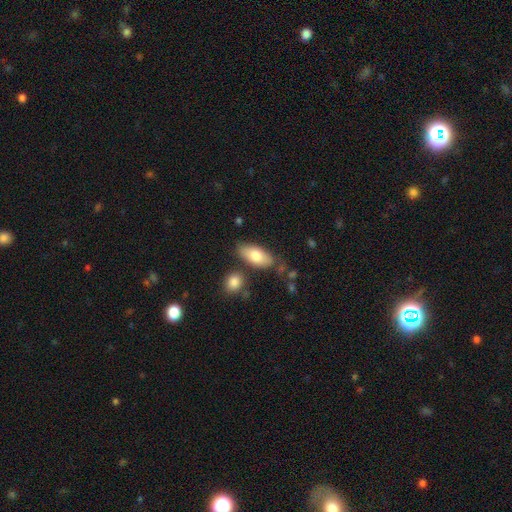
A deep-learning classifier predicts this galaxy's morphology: Smooth or featured? Predicted: smooth (p=0.77). How rounded? Predicted: in between (p=0.87). Merging? Predicted: none (p=0.73).